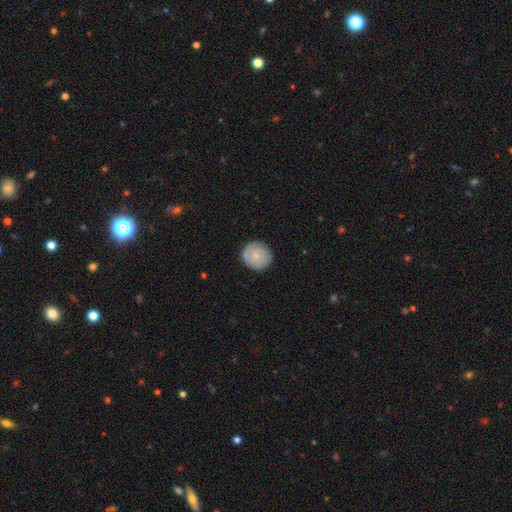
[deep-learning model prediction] smooth-or-featured: smooth: 67% | featured or disk: 26% | star or artifact: 6%
  how-rounded: round: 91% | in between: 8% | cigar-shaped: 1%
  merging: none: 82% | minor disturbance: 13% | major disturbance: 3% | merger: 2%